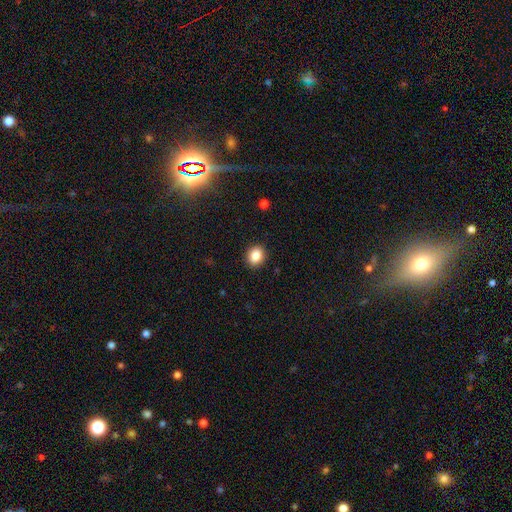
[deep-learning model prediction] Smooth or featured?
  - smooth: 87% *
  - star or artifact: 9%
  - featured or disk: 4%
How rounded?
  - round: 60% *
  - in between: 39%
  - cigar-shaped: 1%
Merging?
  - none: 90% *
  - minor disturbance: 7%
  - major disturbance: 2%
  - merger: 1%